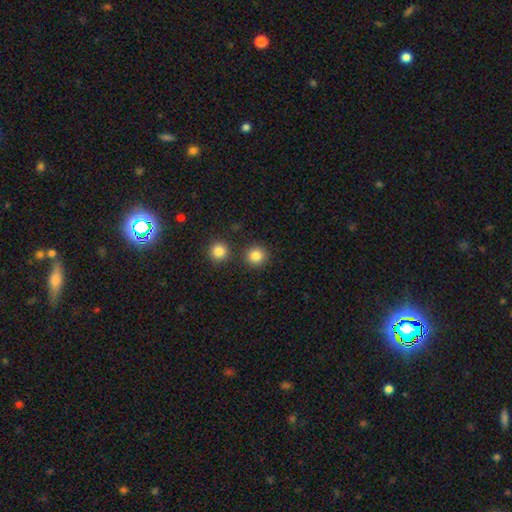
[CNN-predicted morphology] Q: Smooth or featured?
A: smooth (85%); runner-up: star or artifact (11%)
Q: How rounded?
A: round (93%); runner-up: in between (6%)
Q: Merging?
A: none (85%); runner-up: minor disturbance (6%)